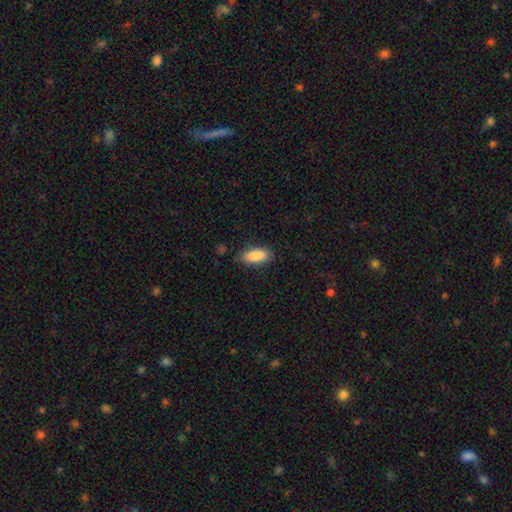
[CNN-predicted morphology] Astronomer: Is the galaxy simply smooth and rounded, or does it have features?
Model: smooth — 88%.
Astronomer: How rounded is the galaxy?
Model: in between — 80%.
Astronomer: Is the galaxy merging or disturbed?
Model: none — 83%.